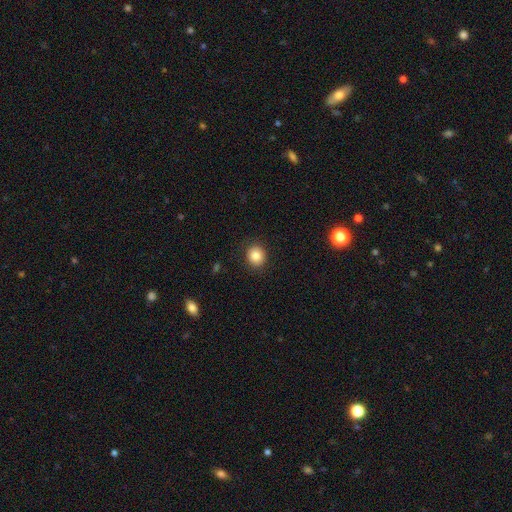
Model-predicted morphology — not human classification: type=smooth (82%); roundness=round (83%); merging=none (89%).